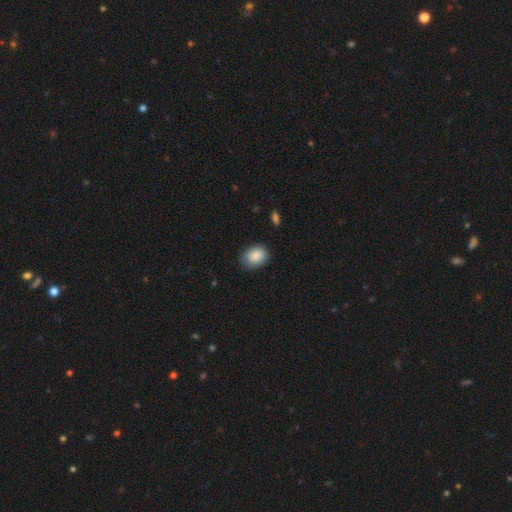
A smooth galaxy with no disk features (95%) that is in between round and cigar-shaped (81%). Merging: none (84%).